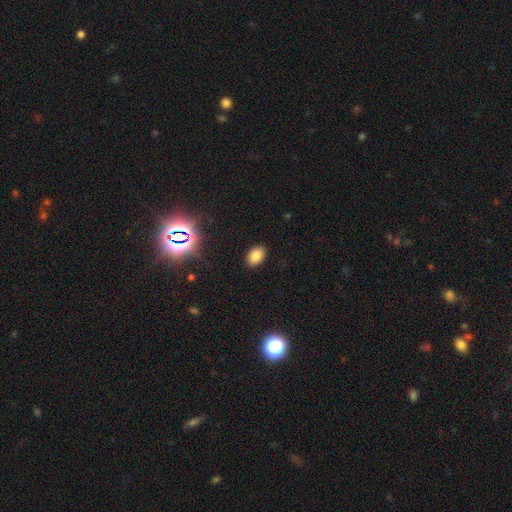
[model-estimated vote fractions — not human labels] smooth 80%, star or artifact 14%, featured or disk 6%. Down the decision tree: how rounded — in between (83%); merging — none (89%).